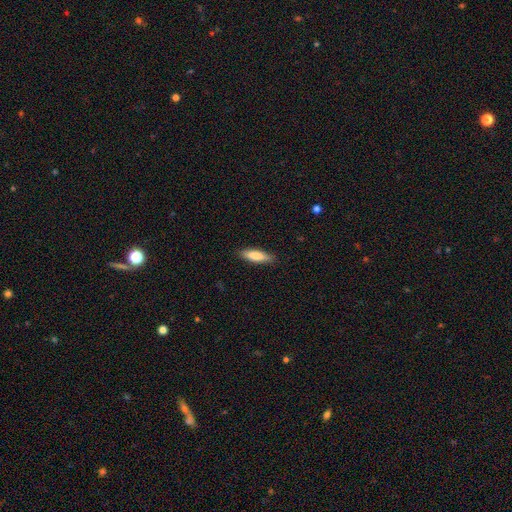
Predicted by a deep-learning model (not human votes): A smooth galaxy with no disk features (80%) that is cigar-shaped (63%).

Vote fractions:
- Smooth or featured? smooth: 80% / featured or disk: 15% / star or artifact: 6%
- How rounded? cigar-shaped: 63% / in between: 36% / round: 2%
- Merging? none: 87% / minor disturbance: 10% / major disturbance: 2% / merger: 1%